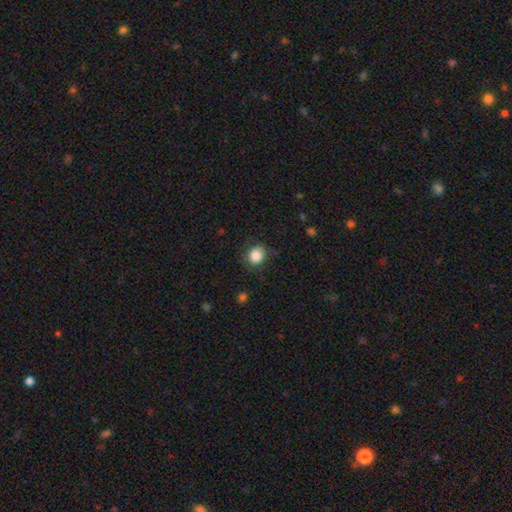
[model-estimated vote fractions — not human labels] smooth-or-featured: smooth: 84% | star or artifact: 9% | featured or disk: 6%
  how-rounded: round: 76% | in between: 23% | cigar-shaped: 1%
  merging: none: 77% | minor disturbance: 17% | major disturbance: 5% | merger: 1%